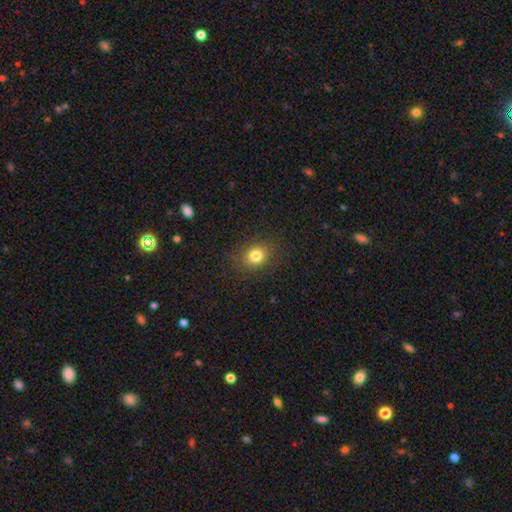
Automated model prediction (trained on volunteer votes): Smooth or featured?
  - smooth: 80% *
  - star or artifact: 13%
  - featured or disk: 7%
How rounded?
  - round: 66% *
  - in between: 33%
  - cigar-shaped: 1%
Merging?
  - none: 85% *
  - minor disturbance: 10%
  - major disturbance: 4%
  - merger: 1%